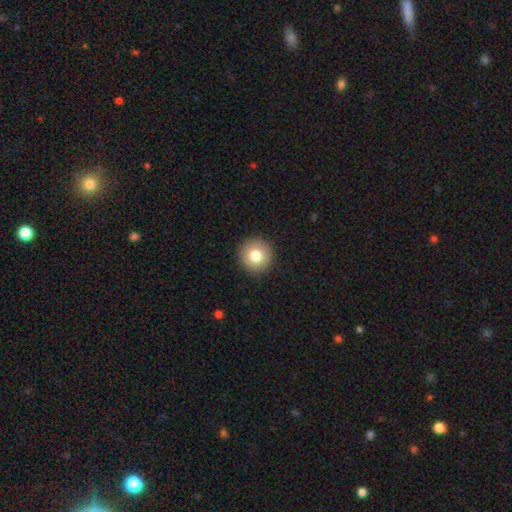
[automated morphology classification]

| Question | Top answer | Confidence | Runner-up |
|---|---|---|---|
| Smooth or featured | smooth | 79% | featured or disk (13%) |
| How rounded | round | 95% | in between (4%) |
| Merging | none | 91% | minor disturbance (6%) |